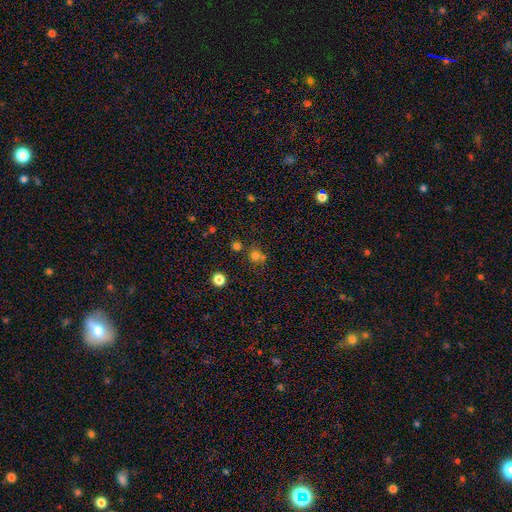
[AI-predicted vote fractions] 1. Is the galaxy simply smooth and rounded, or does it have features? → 70% smooth, 22% star or artifact, 8% featured or disk.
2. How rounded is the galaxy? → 85% round, 14% in between, 1% cigar-shaped.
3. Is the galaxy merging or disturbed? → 64% none, 20% merger, 11% minor disturbance, 5% major disturbance.